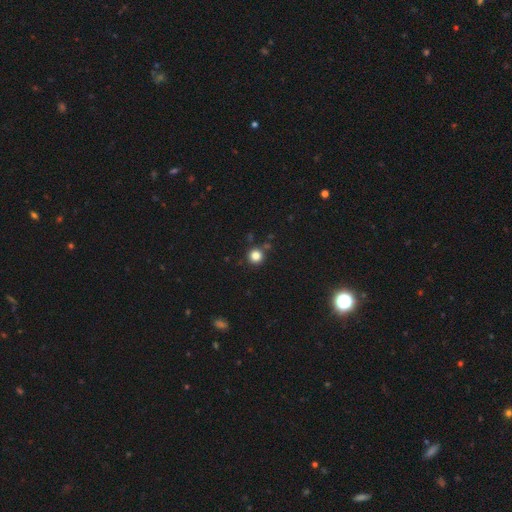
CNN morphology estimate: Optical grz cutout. It shows a smooth galaxy with no disk features (83%) that is round (95%). Merging: none (86%).